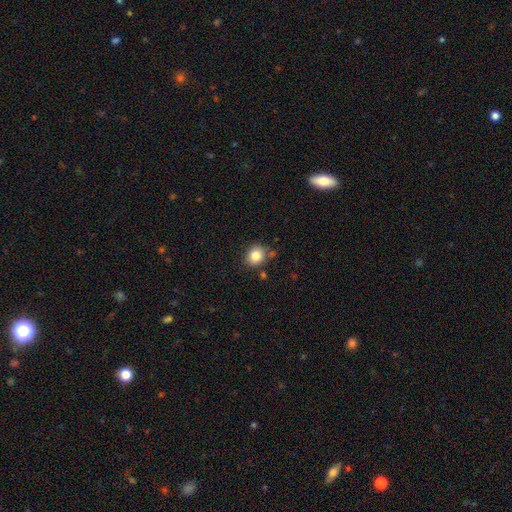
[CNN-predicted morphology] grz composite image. It shows a smooth galaxy with no disk features (83%) that is round (72%). Merging: none (79%).